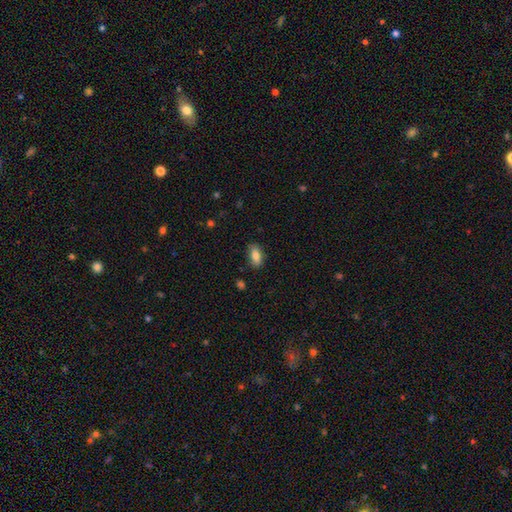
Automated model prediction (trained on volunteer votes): Smooth or featured? Predicted: smooth (p=0.82). How rounded? Predicted: in between (p=0.88). Merging? Predicted: none (p=0.83).